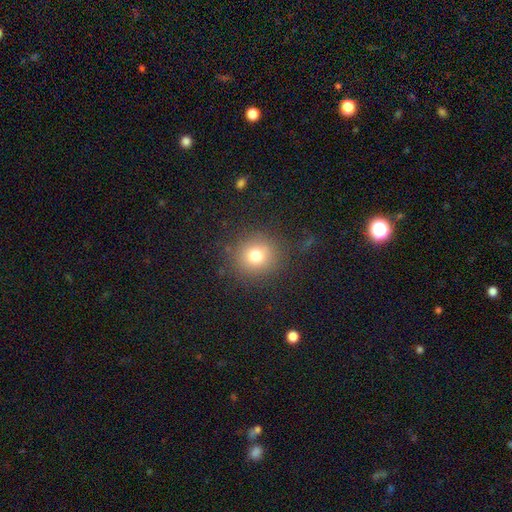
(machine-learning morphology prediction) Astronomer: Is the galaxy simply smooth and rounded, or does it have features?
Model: smooth — 76%.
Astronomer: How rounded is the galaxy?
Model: round — 90%.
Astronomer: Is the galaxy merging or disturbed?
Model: none — 85%.